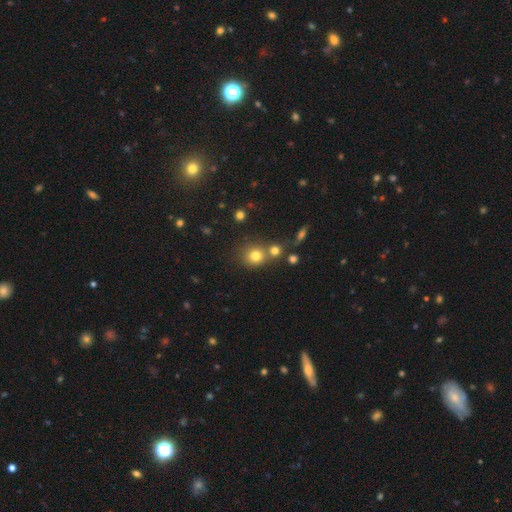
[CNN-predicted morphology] Smooth or featured? smooth (76%)
How rounded? round (87%)
Merging? none (63%)